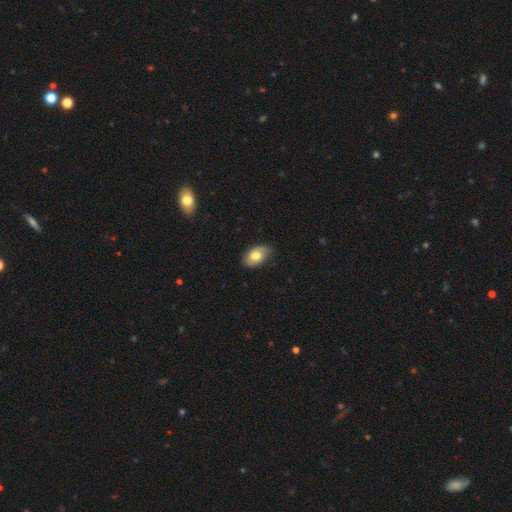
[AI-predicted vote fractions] smooth-or-featured: smooth: 74% | featured or disk: 19% | star or artifact: 7%
  how-rounded: in between: 91% | round: 8% | cigar-shaped: 1%
  merging: none: 79% | minor disturbance: 17% | major disturbance: 2% | merger: 1%